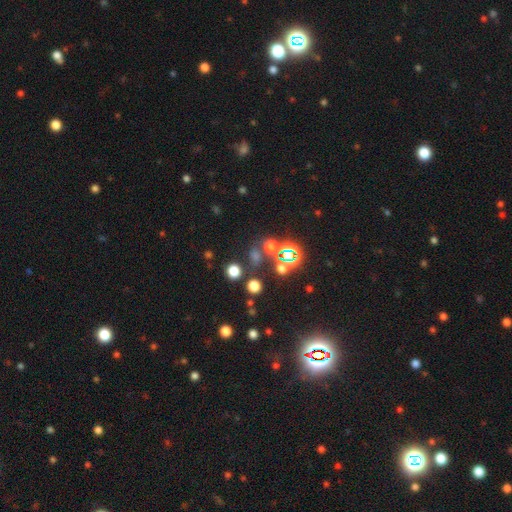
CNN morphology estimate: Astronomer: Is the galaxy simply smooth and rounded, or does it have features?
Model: star or artifact — 60%.